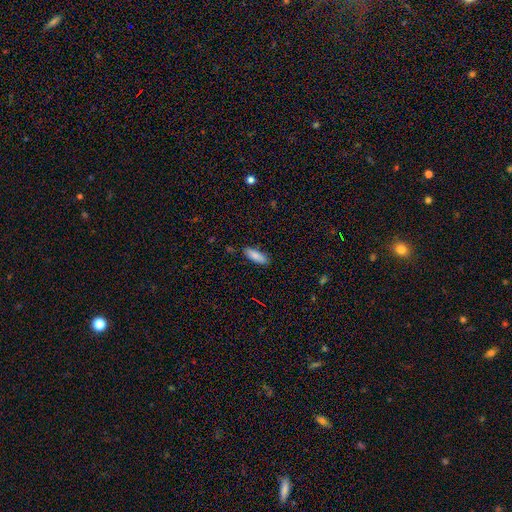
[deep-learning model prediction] Smooth or featured? Predicted: smooth (p=0.84). How rounded? Predicted: in between (p=0.62). Merging? Predicted: none (p=0.84).